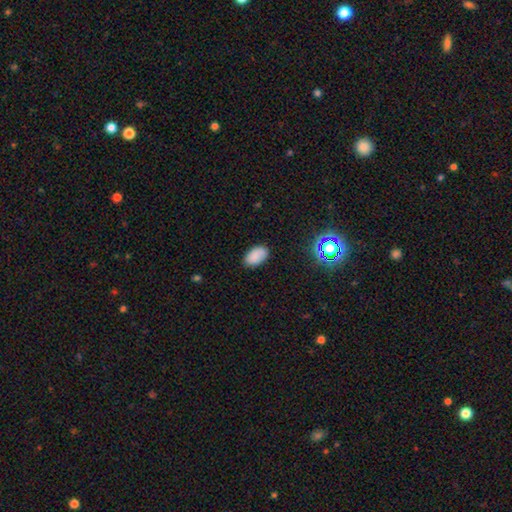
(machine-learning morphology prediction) smooth 85%, star or artifact 10%, featured or disk 5%. Down the decision tree: how rounded — in between (93%); merging — none (85%).